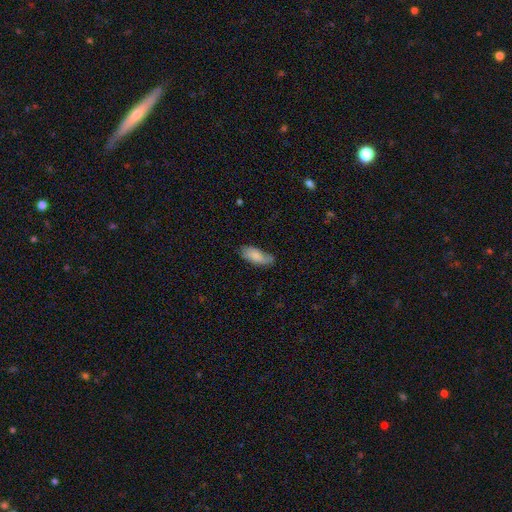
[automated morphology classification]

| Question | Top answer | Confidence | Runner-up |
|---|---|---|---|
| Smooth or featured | smooth | 80% | featured or disk (13%) |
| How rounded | in between | 83% | cigar-shaped (15%) |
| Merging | none | 64% | minor disturbance (28%) |